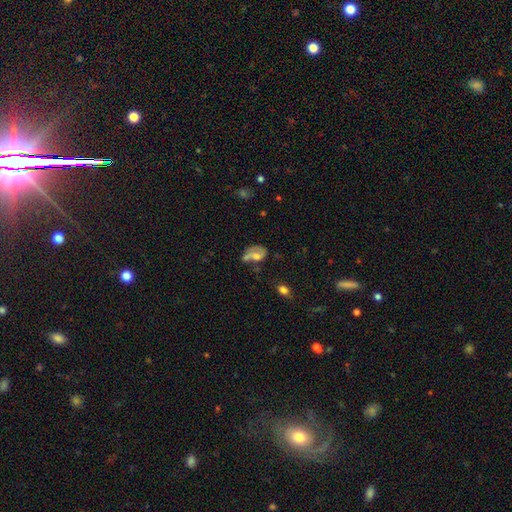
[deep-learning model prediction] Morphology: type=featured or disk (47%); merging=none (31%).